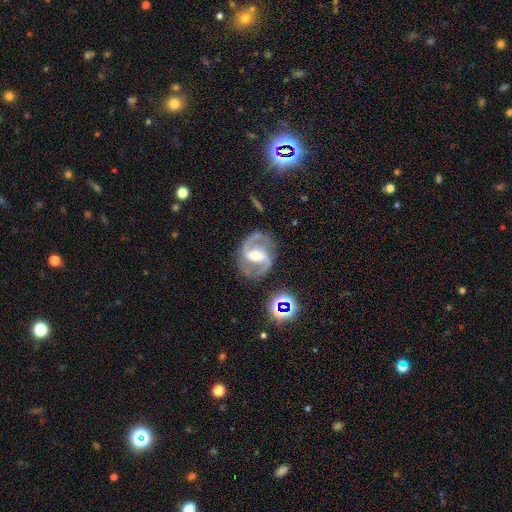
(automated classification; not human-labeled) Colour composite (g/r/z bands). It shows a featured or disk galaxy (89%) with a strong bar (54%), 2 (94%) medium (62%) spiral arms (97%) and a moderate central bulge (61%). Merging: none (82%).